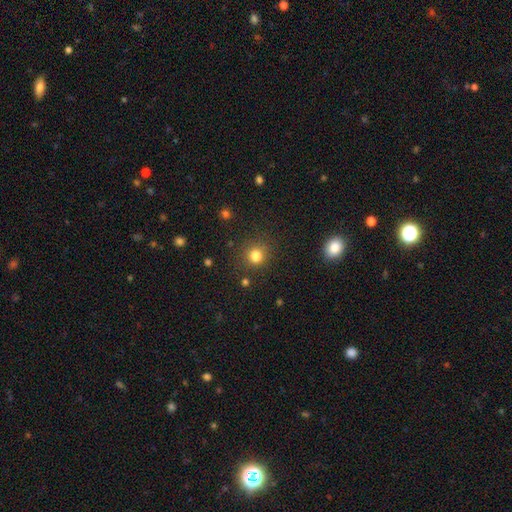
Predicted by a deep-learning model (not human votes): Q: Smooth or featured?
A: smooth (80%); runner-up: star or artifact (14%)
Q: How rounded?
A: round (85%); runner-up: in between (14%)
Q: Merging?
A: none (81%); runner-up: minor disturbance (10%)